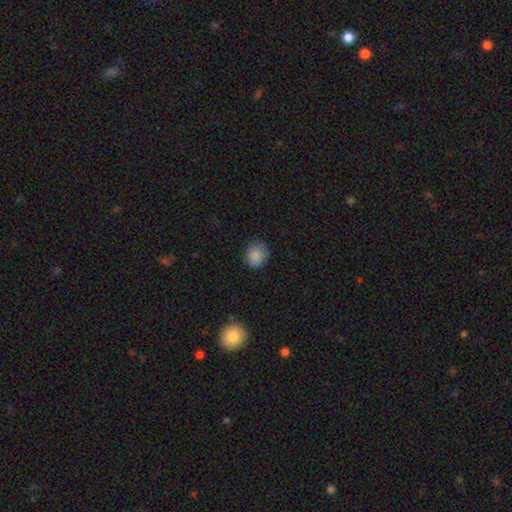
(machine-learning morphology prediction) This is clearly a smooth galaxy (85%). How rounded: likely round (77%). Merging: likely none (77%).